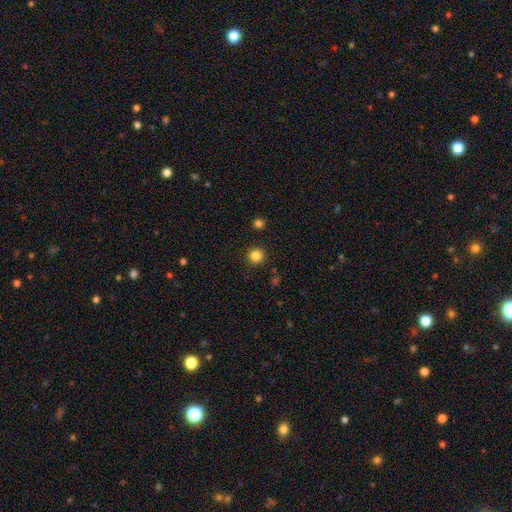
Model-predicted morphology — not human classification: A smooth galaxy with no disk features (84%) that is round (95%). Merging: none (92%).